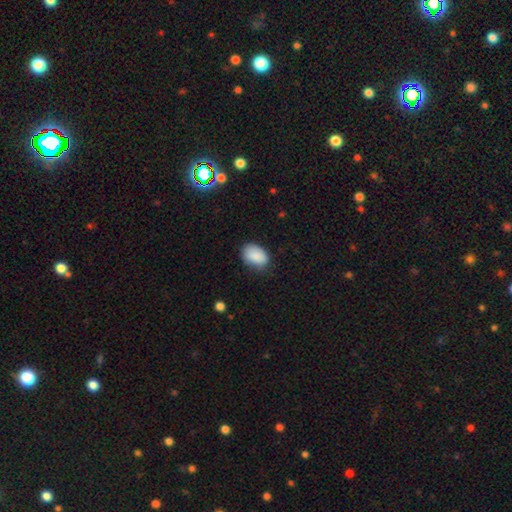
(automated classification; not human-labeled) A smooth galaxy with no disk features (89%) that is in between round and cigar-shaped (85%).

Vote fractions:
- Smooth or featured? smooth: 89% / star or artifact: 7% / featured or disk: 4%
- How rounded? in between: 85% / round: 14% / cigar-shaped: 1%
- Merging? none: 76% / minor disturbance: 19% / major disturbance: 4% / merger: 1%